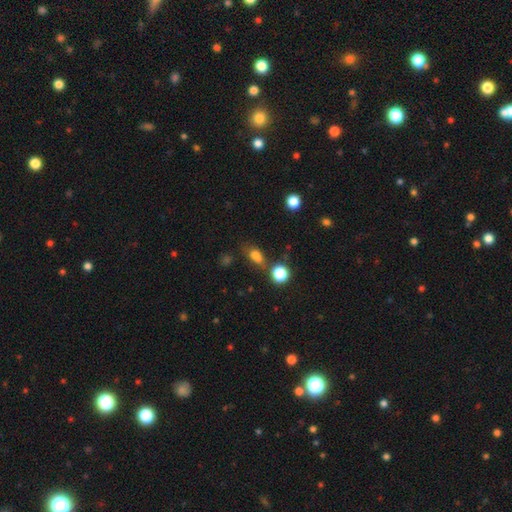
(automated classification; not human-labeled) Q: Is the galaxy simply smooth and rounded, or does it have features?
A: smooth — 74%.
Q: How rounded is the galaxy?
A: in between — 66%.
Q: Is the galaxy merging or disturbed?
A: none — 49%.